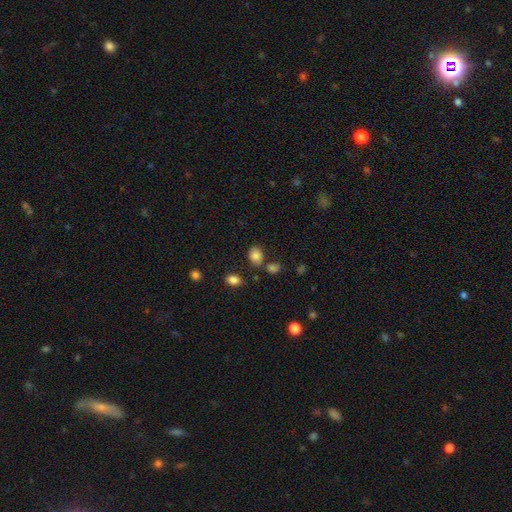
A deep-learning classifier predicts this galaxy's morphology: Smooth or featured?
  - smooth: 83% *
  - star or artifact: 10%
  - featured or disk: 7%
How rounded?
  - in between: 65% *
  - round: 34%
  - cigar-shaped: 1%
Merging?
  - none: 72% *
  - minor disturbance: 15%
  - merger: 9%
  - major disturbance: 4%